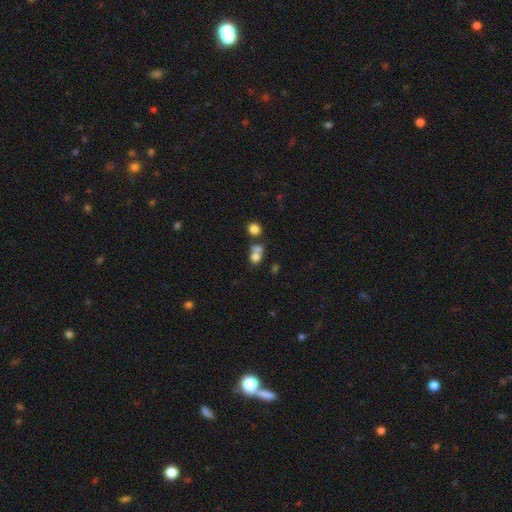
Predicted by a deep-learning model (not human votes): Smooth or featured: smooth — 74% (star or artifact — 14%)
How rounded: round — 63% (in between — 35%)
Merging: merger — 51% (none — 33%)